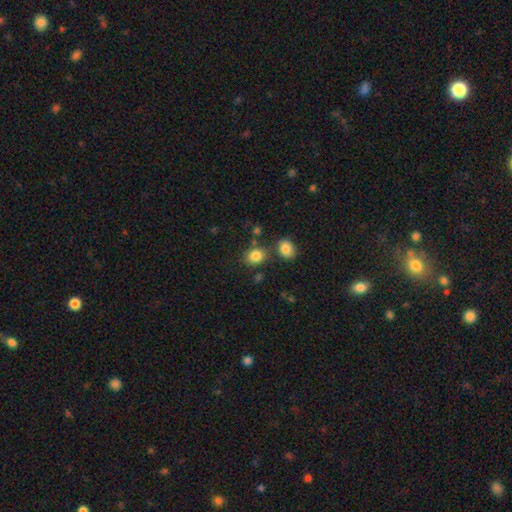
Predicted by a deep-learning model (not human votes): A smooth galaxy with no disk features (83%) that is round (54%). Merging: none (71%).